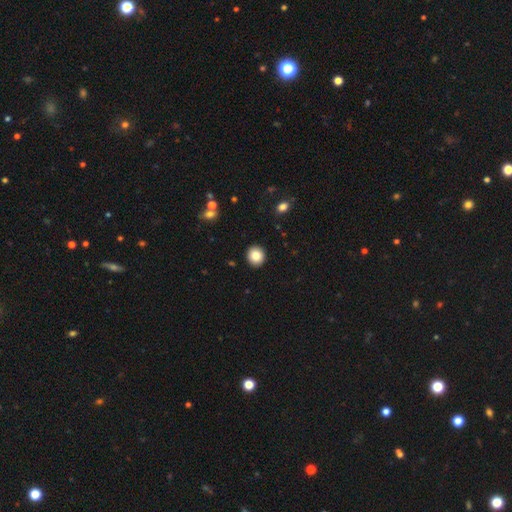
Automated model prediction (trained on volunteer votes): Morphology: type=smooth (85%); roundness=round (87%); merging=none (92%).